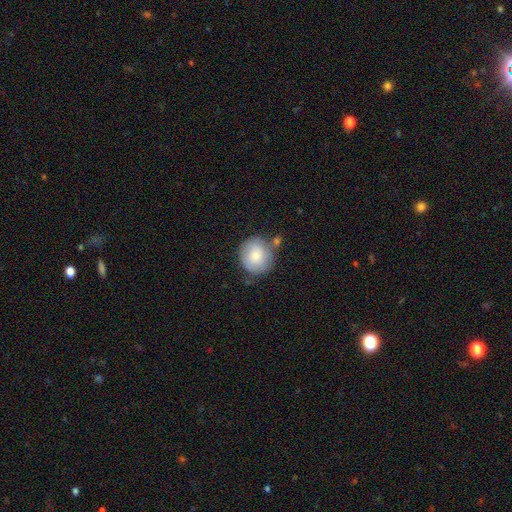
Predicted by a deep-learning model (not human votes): Smooth or featured: smooth — 76% (featured or disk — 17%)
How rounded: round — 82% (in between — 17%)
Merging: none — 62% (minor disturbance — 22%)